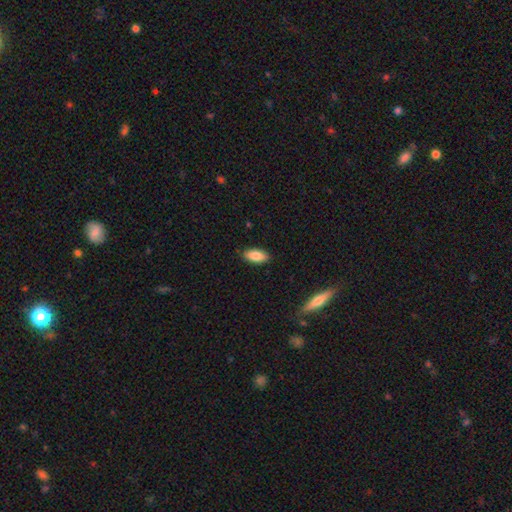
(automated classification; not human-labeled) Q: Smooth or featured?
A: smooth (85%); runner-up: featured or disk (8%)
Q: How rounded?
A: in between (90%); runner-up: cigar-shaped (8%)
Q: Merging?
A: none (88%); runner-up: minor disturbance (9%)